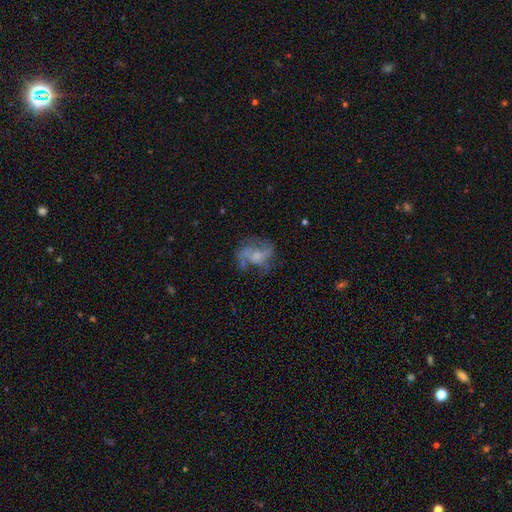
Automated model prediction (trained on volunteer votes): Smooth or featured: featured or disk — 63% (smooth — 26%)
Edge-on disk: no — 97% (yes — 3%)
Bar: no — 66% (weak — 28%)
Spiral arms: yes — 66% (no — 34%)
Bulge size: small — 39% (moderate — 27%)
Merging: none — 46% (major disturbance — 28%)